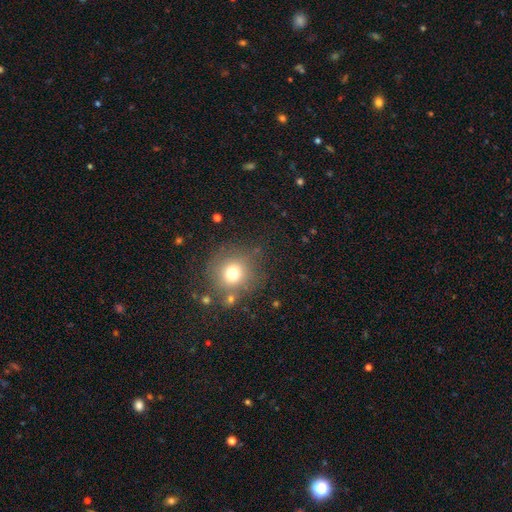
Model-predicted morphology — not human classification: This appears to be a smooth galaxy with no disk features (55%) that is round (90%). Merging: none (79%).